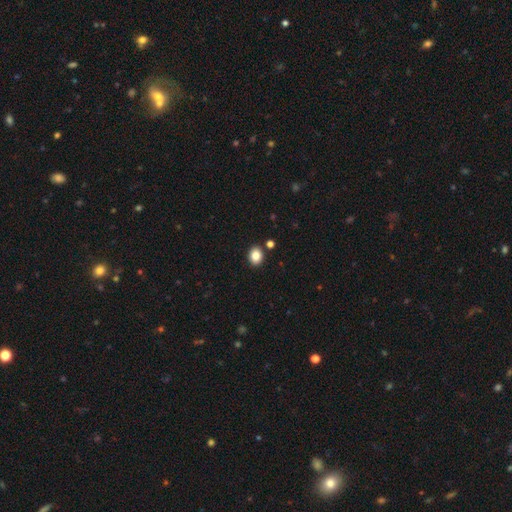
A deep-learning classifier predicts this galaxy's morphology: A smooth galaxy with no disk features (85%) that is in between round and cigar-shaped (52%).

Vote fractions:
- Smooth or featured? smooth: 85% / star or artifact: 9% / featured or disk: 5%
- How rounded? in between: 52% / round: 47% / cigar-shaped: 1%
- Merging? none: 88% / minor disturbance: 7% / merger: 4% / major disturbance: 2%